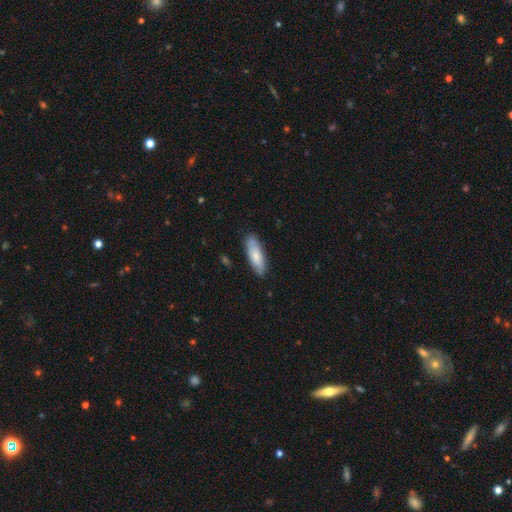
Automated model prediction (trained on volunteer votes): A smooth galaxy with no disk features (74%) that is in between round and cigar-shaped (60%).

Vote fractions:
- Smooth or featured? smooth: 74% / featured or disk: 21% / star or artifact: 5%
- How rounded? in between: 60% / cigar-shaped: 38% / round: 2%
- Merging? none: 84% / minor disturbance: 13% / major disturbance: 2% / merger: 1%